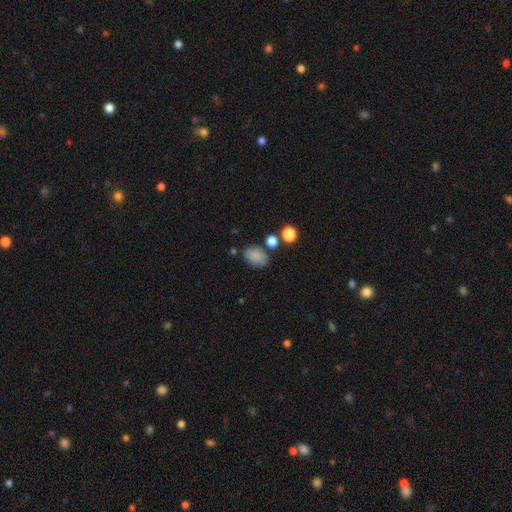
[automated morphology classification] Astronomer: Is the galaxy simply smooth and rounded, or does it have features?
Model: smooth — 84%.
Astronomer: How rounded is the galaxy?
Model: in between — 80%.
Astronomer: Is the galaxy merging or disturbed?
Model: none — 72%.